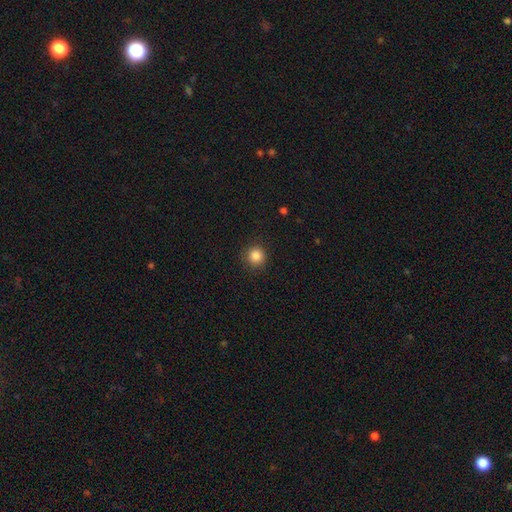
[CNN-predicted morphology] smooth-or-featured: smooth: 85% | star or artifact: 11% | featured or disk: 4%
  how-rounded: round: 94% | in between: 5% | cigar-shaped: 1%
  merging: none: 90% | minor disturbance: 7% | major disturbance: 2% | merger: 1%